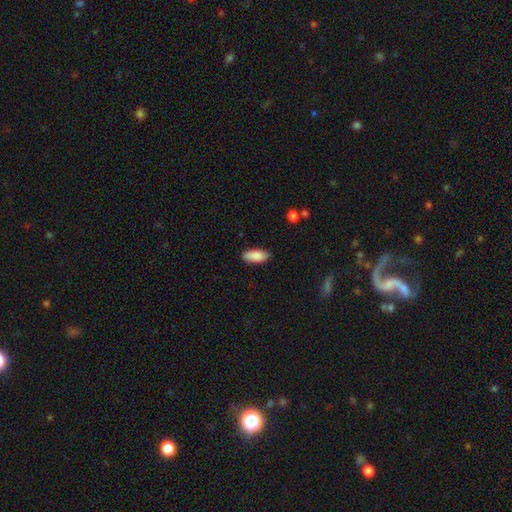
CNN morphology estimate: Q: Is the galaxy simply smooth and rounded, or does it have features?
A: smooth — 89%.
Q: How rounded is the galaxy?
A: in between — 88%.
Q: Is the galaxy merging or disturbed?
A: none — 86%.